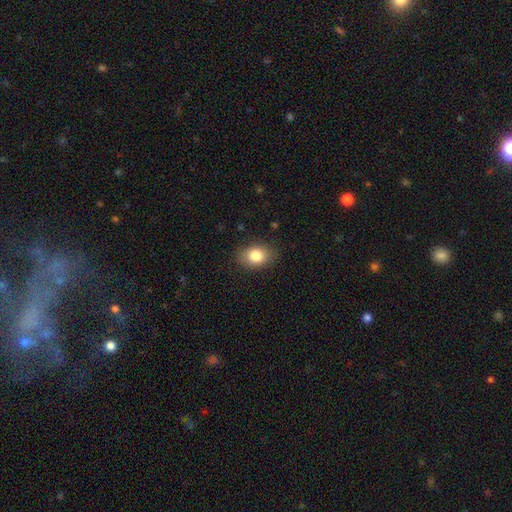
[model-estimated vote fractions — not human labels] Smooth or featured? Predicted: smooth (p=0.83). How rounded? Predicted: in between (p=0.71). Merging? Predicted: none (p=0.85).